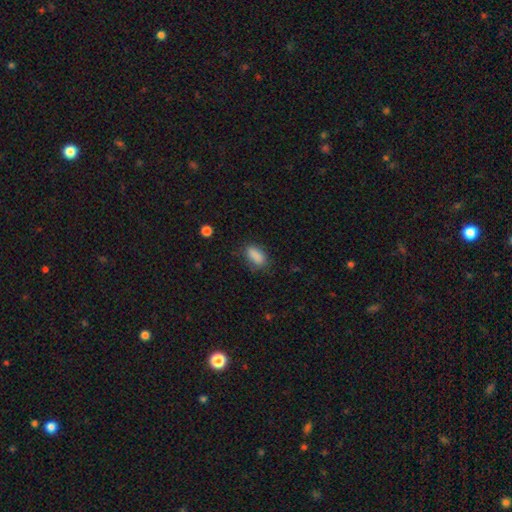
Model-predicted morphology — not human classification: smooth-or-featured: smooth: 87% | star or artifact: 9% | featured or disk: 4%
  how-rounded: in between: 88% | cigar-shaped: 8% | round: 5%
  merging: none: 76% | minor disturbance: 17% | major disturbance: 5% | merger: 2%